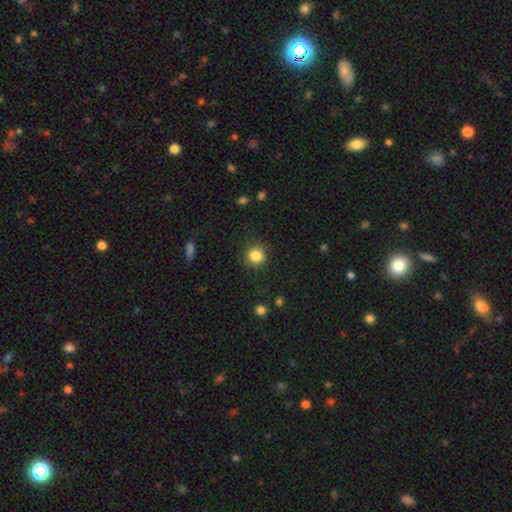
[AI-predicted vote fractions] The model was most divided on "how rounded": round: 84%, in between: 15%, cigar-shaped: 1%. More confident: merging — none (85%); smooth or featured — smooth (84%).